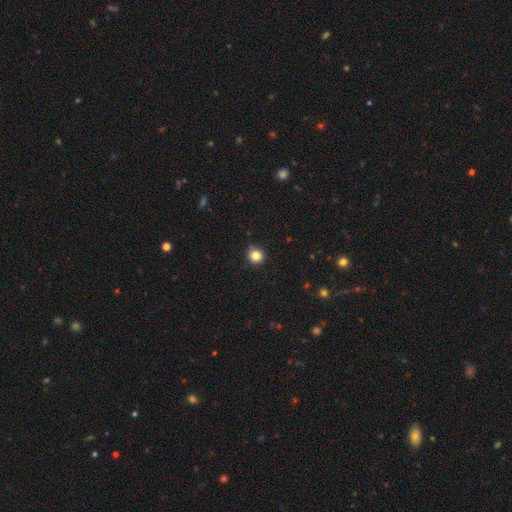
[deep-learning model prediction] This appears to be a smooth galaxy with no disk features (83%) that is round (92%). Merging: none (86%).